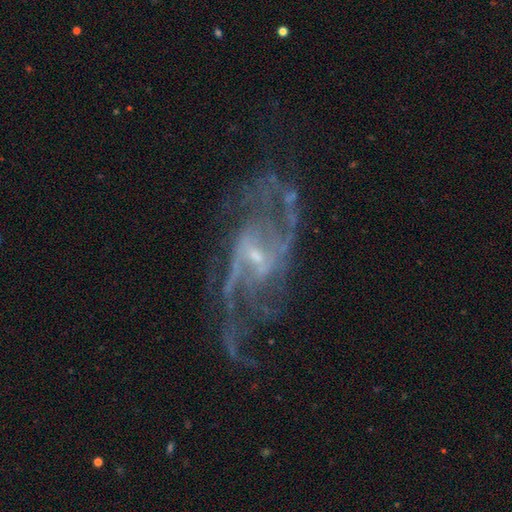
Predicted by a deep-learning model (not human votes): Overall: featured or disk (88%). Edge-on disk: no (96%). Bar: weak (50%; no 30%). Spiral arms: yes (94%). Spiral arm count: 2 (62%). Spiral winding: loose (47%; medium 40%). Bulge size: small (74%). Merging: none (59%; major disturbance 22%).